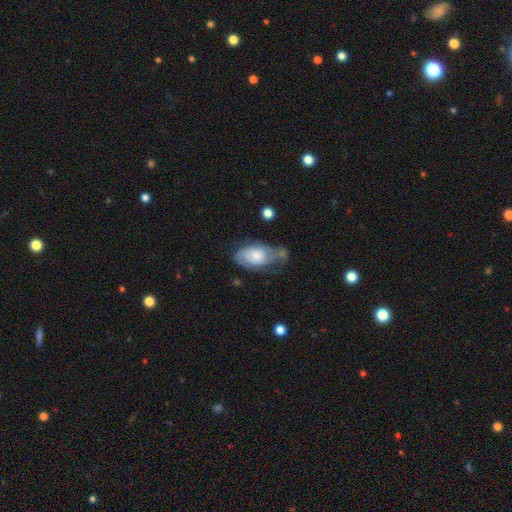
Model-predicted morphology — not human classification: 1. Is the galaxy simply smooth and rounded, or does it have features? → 55% featured or disk, 38% smooth, 7% star or artifact.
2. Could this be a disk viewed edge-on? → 95% no, 5% yes.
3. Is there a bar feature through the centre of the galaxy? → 73% no, 24% weak, 4% strong.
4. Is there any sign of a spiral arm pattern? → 79% yes, 21% no.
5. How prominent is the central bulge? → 45% small, 37% moderate, 10% large, 6% none, 2% dominant.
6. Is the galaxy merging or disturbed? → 35% none, 31% minor disturbance, 24% major disturbance, 10% merger.